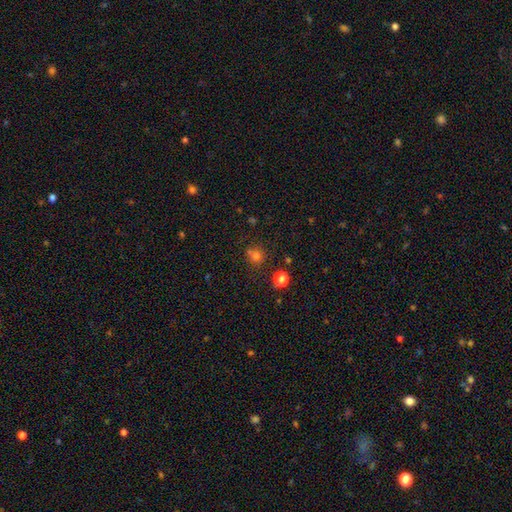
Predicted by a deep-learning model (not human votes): Morphology: type=smooth (67%); roundness=round (85%); merging=none (72%).